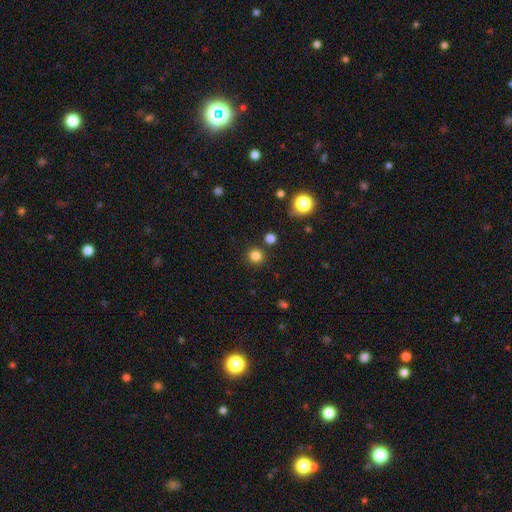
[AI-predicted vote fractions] smooth-or-featured: smooth: 82% | star or artifact: 14% | featured or disk: 4%
  how-rounded: round: 92% | in between: 7% | cigar-shaped: 1%
  merging: none: 87% | minor disturbance: 6% | merger: 4% | major disturbance: 2%